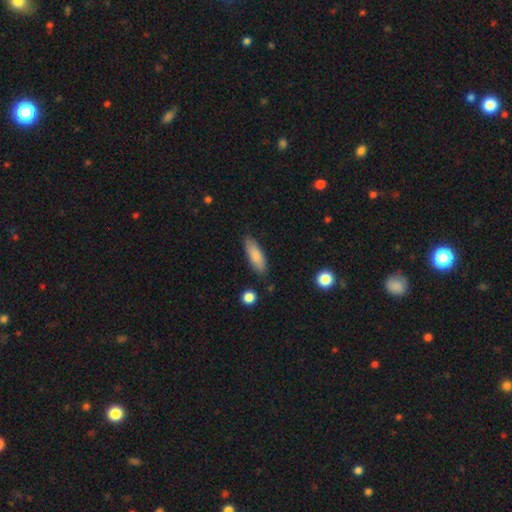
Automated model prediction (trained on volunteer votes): Smooth or featured?
  - smooth: 85% *
  - featured or disk: 10%
  - star or artifact: 6%
How rounded?
  - in between: 54% *
  - cigar-shaped: 44%
  - round: 2%
Merging?
  - none: 84% *
  - minor disturbance: 12%
  - major disturbance: 2%
  - merger: 2%